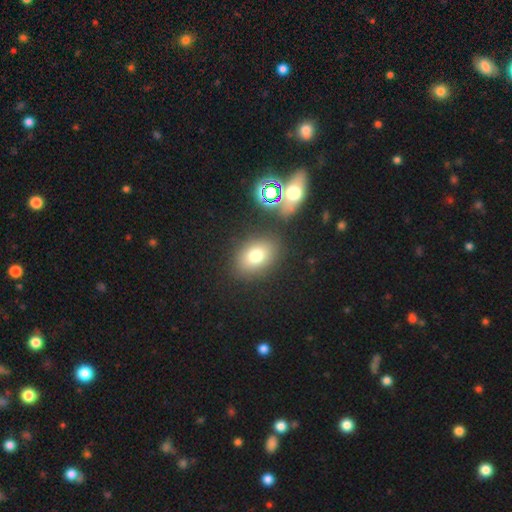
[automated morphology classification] This appears to be a smooth galaxy with no disk features (74%) that is in between round and cigar-shaped (70%). Merging: none (81%).